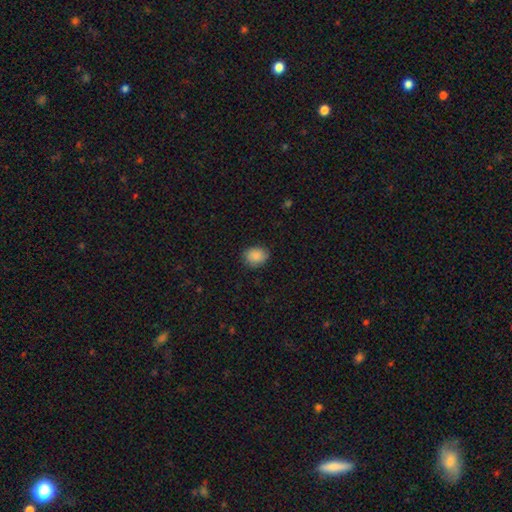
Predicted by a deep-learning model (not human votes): smooth_or_featured: smooth (p=0.88) [alt: star or artifact p=0.08]
how_rounded: round (p=0.53) [alt: in between p=0.46]
merging: none (p=0.83) [alt: minor disturbance p=0.14]